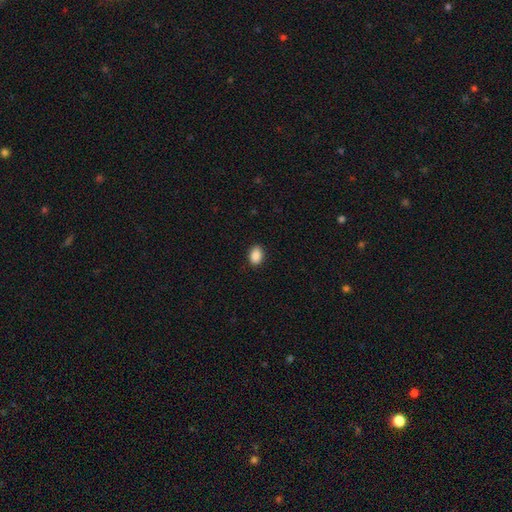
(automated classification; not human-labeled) This is clearly a smooth galaxy (90%). How rounded: clearly in between (81%). Merging: clearly none (89%).